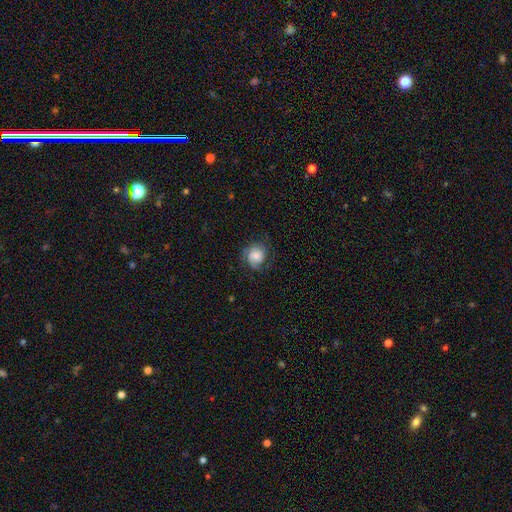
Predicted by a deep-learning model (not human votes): Smooth or featured? Predicted: smooth (p=0.57). How rounded? Predicted: round (p=0.70). Merging? Predicted: none (p=0.62).